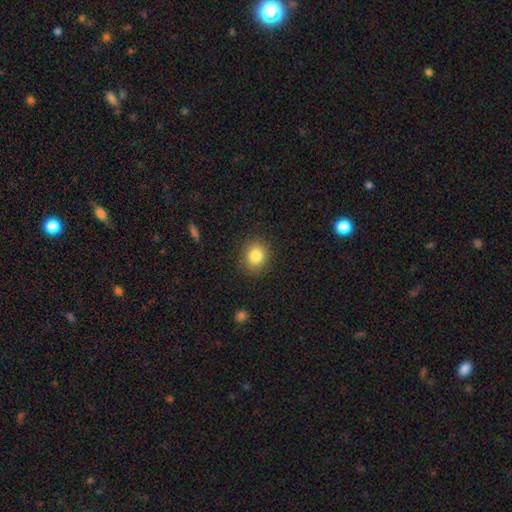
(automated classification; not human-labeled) Smooth or featured? smooth (84%)
How rounded? round (71%)
Merging? none (87%)